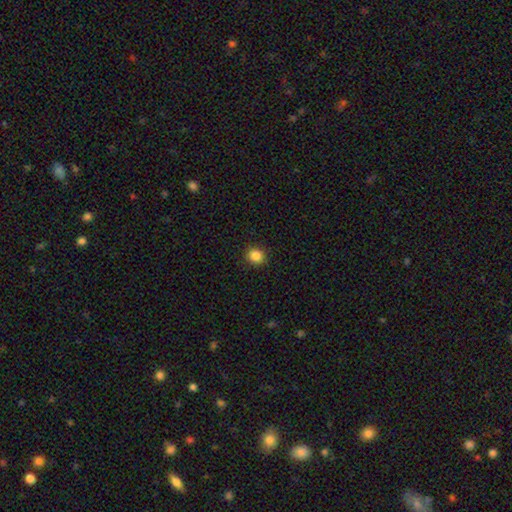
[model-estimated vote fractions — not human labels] The model was most divided on "how rounded": round: 83%, in between: 16%, cigar-shaped: 1%. More confident: merging — none (91%); smooth or featured — smooth (86%).